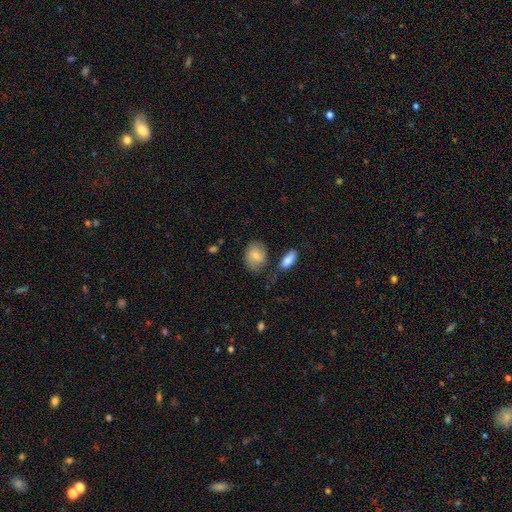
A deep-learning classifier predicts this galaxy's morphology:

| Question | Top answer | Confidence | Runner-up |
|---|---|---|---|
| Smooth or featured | smooth | 61% | featured or disk (31%) |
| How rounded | in between | 67% | round (31%) |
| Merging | none | 63% | minor disturbance (21%) |